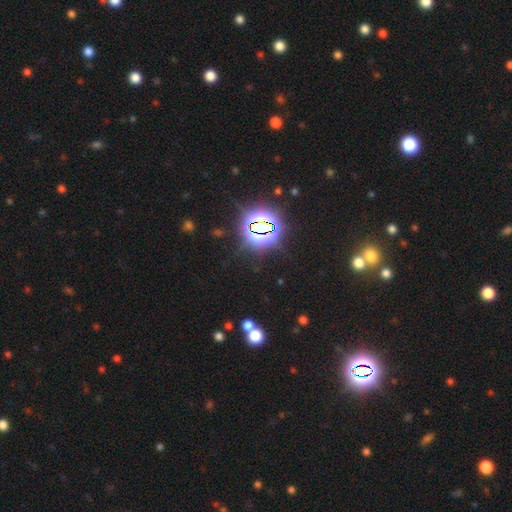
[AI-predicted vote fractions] Smooth or featured? Predicted: star or artifact (p=0.81).